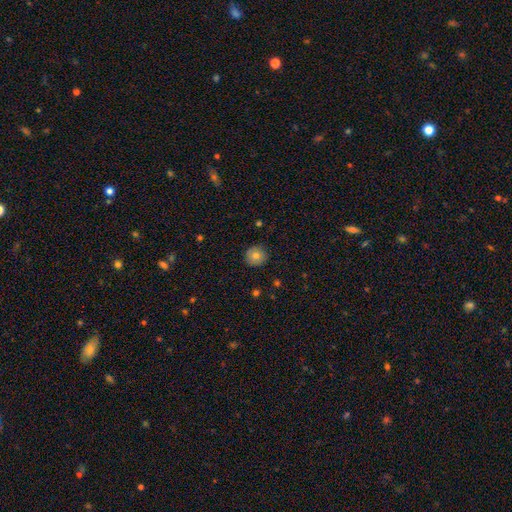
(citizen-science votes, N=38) smooth_or_featured: smooth (p=0.82) [alt: featured or disk p=0.11]
how_rounded: round (p=1.00)
merging: none (p=0.86) [alt: minor disturbance p=0.09]